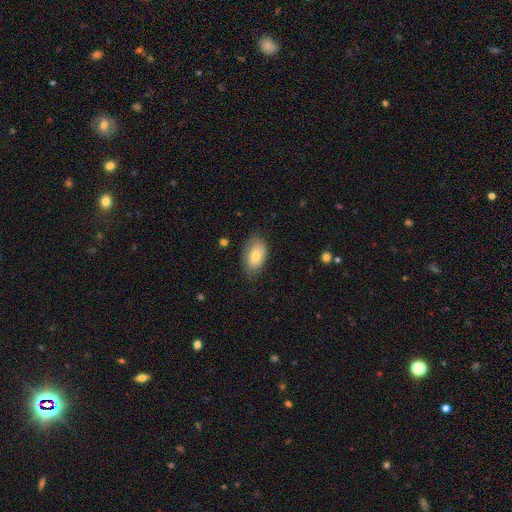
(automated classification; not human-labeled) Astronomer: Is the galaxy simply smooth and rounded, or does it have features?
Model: smooth — 74%.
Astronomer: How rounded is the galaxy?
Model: in between — 91%.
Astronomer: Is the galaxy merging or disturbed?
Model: none — 69%.